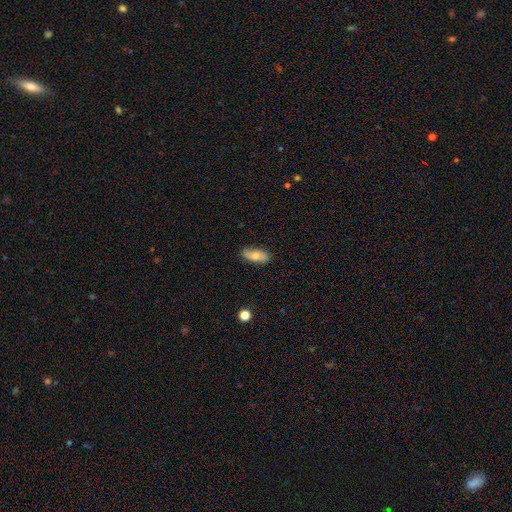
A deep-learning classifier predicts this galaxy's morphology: Smooth or featured? Predicted: smooth (p=0.68). How rounded? Predicted: in between (p=0.82). Merging? Predicted: none (p=0.82).